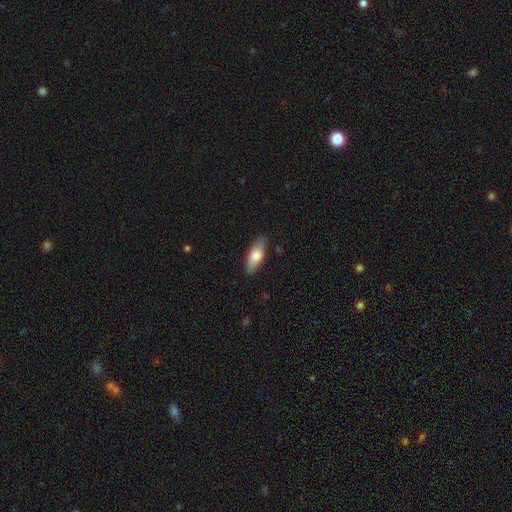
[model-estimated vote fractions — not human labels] smooth_or_featured: smooth (p=0.74) [alt: featured or disk p=0.20]
how_rounded: in between (p=0.75) [alt: cigar-shaped p=0.22]
merging: none (p=0.83) [alt: minor disturbance p=0.13]